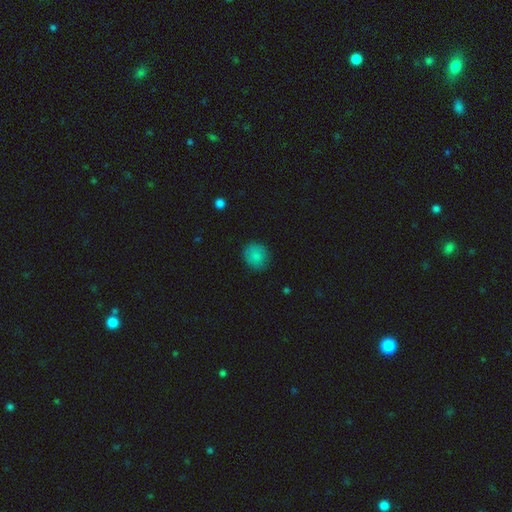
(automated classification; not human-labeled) Overall: smooth (84%). How rounded: round (84%). Merging: none (85%).